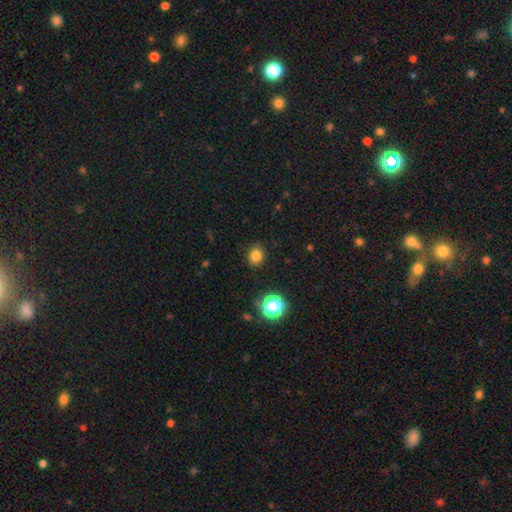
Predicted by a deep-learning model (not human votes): smooth 80%, star or artifact 15%, featured or disk 5%. Down the decision tree: how rounded — round (76%); merging — none (88%).